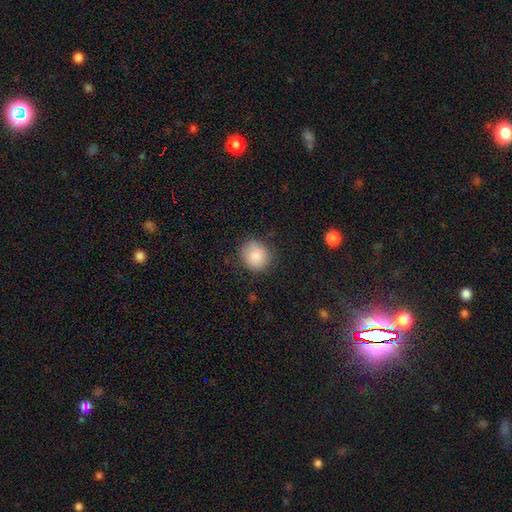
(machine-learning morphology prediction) type=smooth (87%); roundness=round (80%); merging=none (81%).